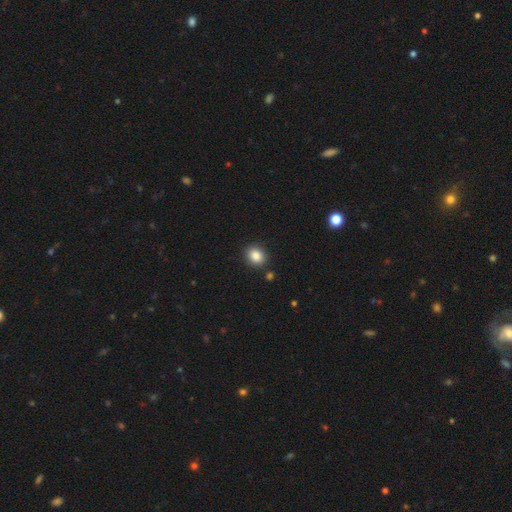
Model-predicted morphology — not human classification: Q: Smooth or featured?
A: smooth (86%); runner-up: star or artifact (9%)
Q: How rounded?
A: round (55%); runner-up: in between (44%)
Q: Merging?
A: none (87%); runner-up: minor disturbance (8%)